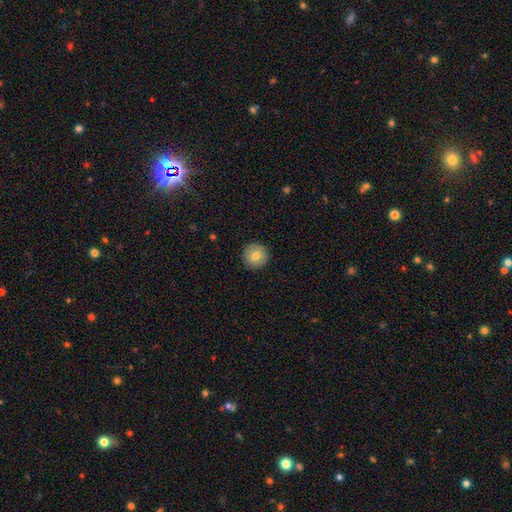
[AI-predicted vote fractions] This is likely a smooth galaxy (78%). How rounded: clearly round (95%). Merging: clearly none (91%).